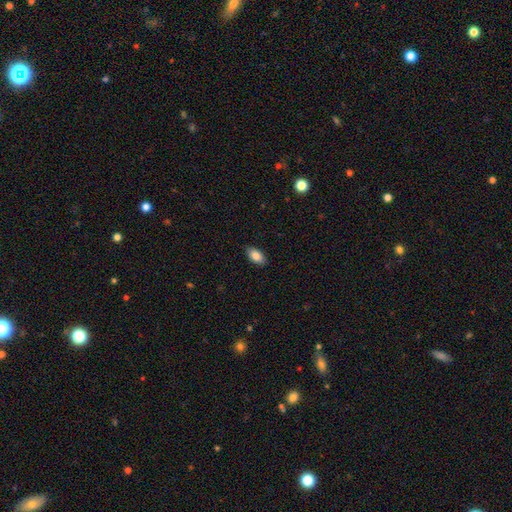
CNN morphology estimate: smooth 85%, featured or disk 8%, star or artifact 7%. Down the decision tree: how rounded — in between (93%); merging — none (87%).